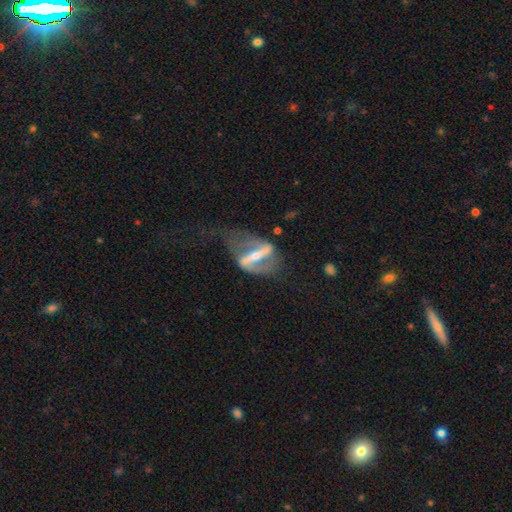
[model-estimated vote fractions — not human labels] smooth_or_featured: featured or disk (p=0.88) [alt: smooth p=0.07]
disk_edge_on: no (p=0.90) [alt: yes p=0.10]
bar: strong (p=0.82) [alt: weak p=0.13]
has_spiral_arms: yes (p=0.83) [alt: no p=0.17]
spiral_winding: loose (p=0.58) [alt: medium p=0.31]
spiral_arm_count: 2 (p=0.87) [alt: 1 p=0.05]
bulge_size: small (p=0.54) [alt: moderate p=0.39]
merging: none (p=0.43) [alt: major disturbance p=0.32]